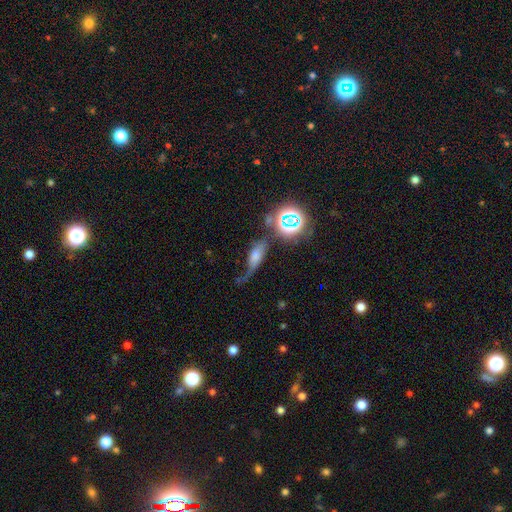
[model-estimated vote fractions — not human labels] The model was most divided on "merging": none: 34%, major disturbance: 30%, minor disturbance: 25%, merger: 12%. More confident: how rounded — in between (69%); smooth or featured — smooth (51%).